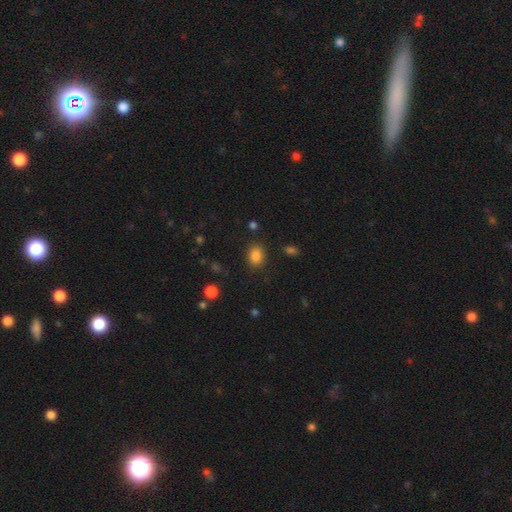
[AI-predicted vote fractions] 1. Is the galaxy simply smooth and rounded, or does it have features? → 86% smooth, 10% star or artifact, 4% featured or disk.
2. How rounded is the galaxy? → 66% in between, 33% round, 1% cigar-shaped.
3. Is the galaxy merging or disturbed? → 85% none, 10% minor disturbance, 4% major disturbance, 2% merger.